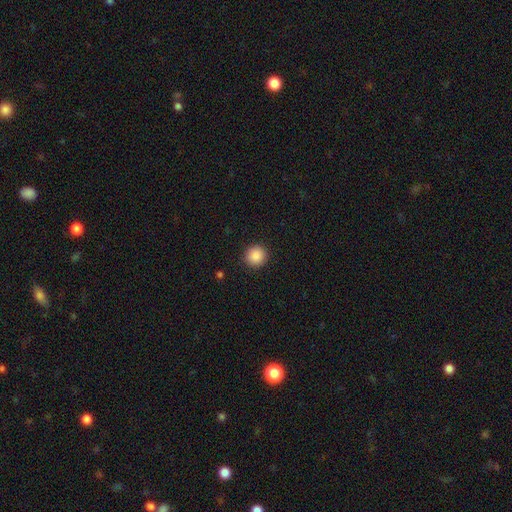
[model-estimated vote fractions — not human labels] Q: Smooth or featured?
A: smooth (88%); runner-up: star or artifact (9%)
Q: How rounded?
A: round (93%); runner-up: in between (6%)
Q: Merging?
A: none (91%); runner-up: minor disturbance (6%)